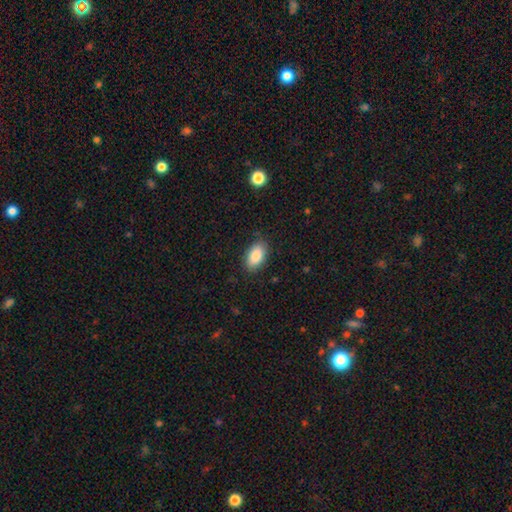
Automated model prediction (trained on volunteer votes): Morphology: type=smooth (88%); roundness=in between (94%); merging=none (84%).